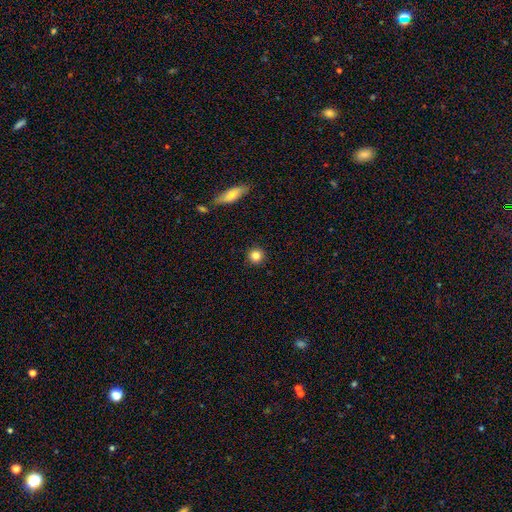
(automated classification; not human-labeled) smooth_or_featured: smooth (p=0.83) [alt: star or artifact p=0.11]
how_rounded: round (p=0.95) [alt: in between p=0.04]
merging: none (p=0.92) [alt: minor disturbance p=0.05]